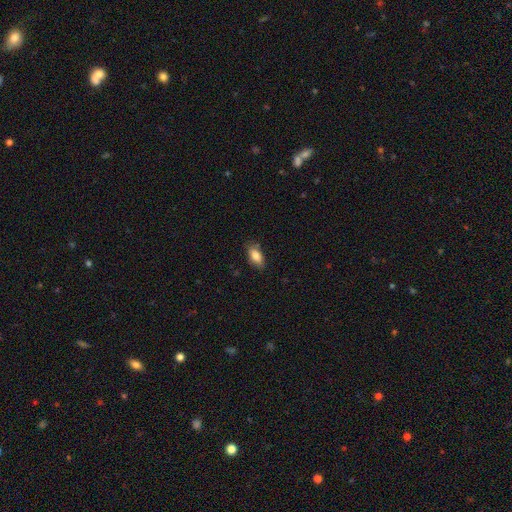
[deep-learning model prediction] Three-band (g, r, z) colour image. It shows a smooth galaxy with no disk features (83%) that is in between round and cigar-shaped (88%). Merging: none (80%).